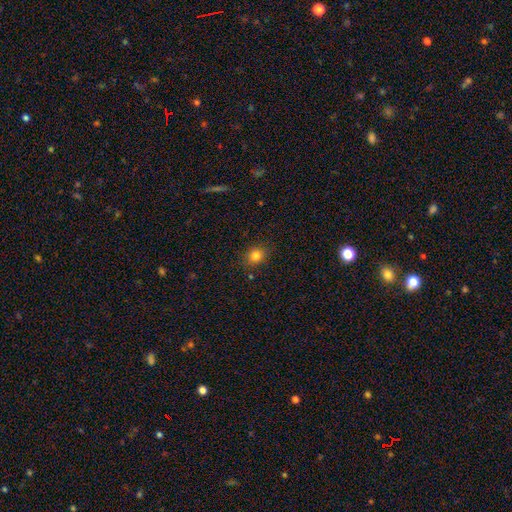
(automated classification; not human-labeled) The model was most divided on "how rounded": round: 72%, in between: 27%, cigar-shaped: 1%. More confident: merging — none (84%); smooth or featured — smooth (81%).